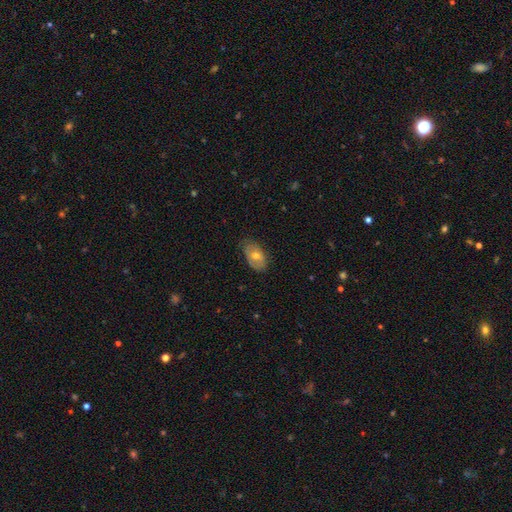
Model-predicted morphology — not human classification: Smooth or featured? smooth (51%)
How rounded? in between (90%)
Merging? none (72%)